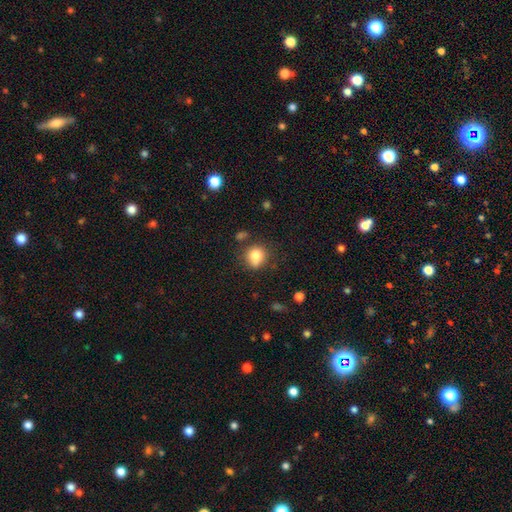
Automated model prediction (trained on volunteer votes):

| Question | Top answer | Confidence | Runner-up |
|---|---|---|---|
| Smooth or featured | smooth | 82% | star or artifact (10%) |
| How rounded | round | 76% | in between (23%) |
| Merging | none | 66% | minor disturbance (21%) |